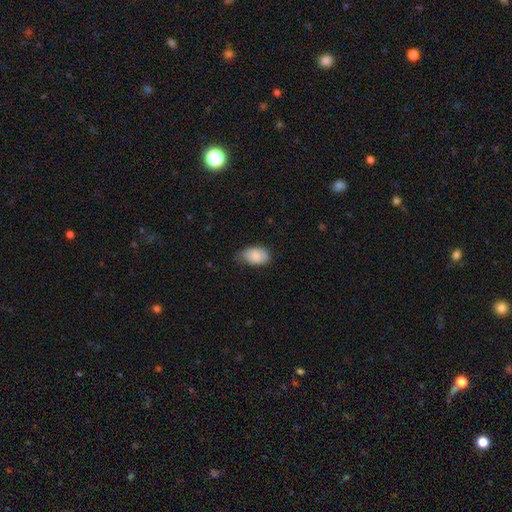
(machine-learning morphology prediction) Smooth or featured?
  - smooth: 82% *
  - featured or disk: 11%
  - star or artifact: 7%
How rounded?
  - in between: 92% *
  - round: 7%
  - cigar-shaped: 1%
Merging?
  - none: 55% *
  - minor disturbance: 36%
  - major disturbance: 7%
  - merger: 1%